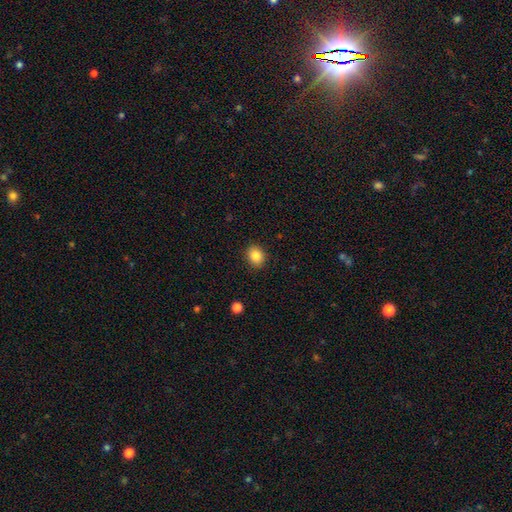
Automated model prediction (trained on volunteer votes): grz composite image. It shows a smooth galaxy with no disk features (86%) that is round (60%). Merging: none (89%).